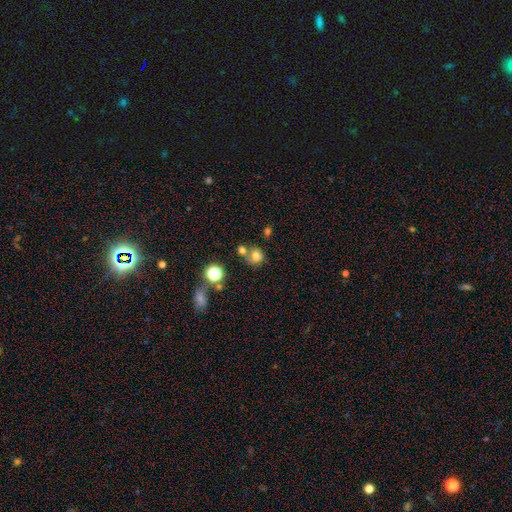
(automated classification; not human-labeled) This is likely a smooth galaxy (73%). How rounded: likely round (75%). Merging: possibly none (48%).